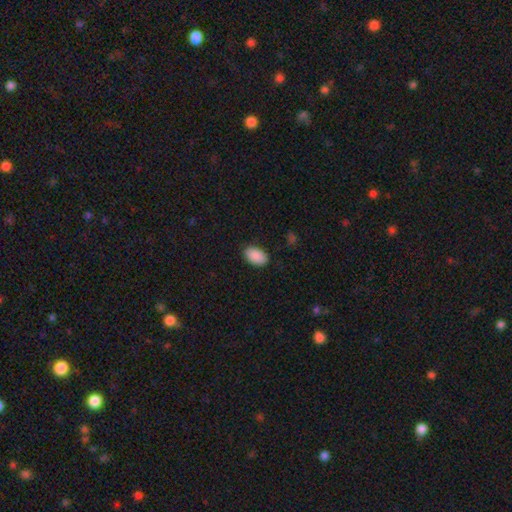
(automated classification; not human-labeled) A smooth galaxy with no disk features (90%) that is in between round and cigar-shaped (93%).

Vote fractions:
- Smooth or featured? smooth: 90% / star or artifact: 7% / featured or disk: 3%
- How rounded? in between: 93% / round: 6% / cigar-shaped: 1%
- Merging? none: 87% / minor disturbance: 10% / major disturbance: 2% / merger: 1%